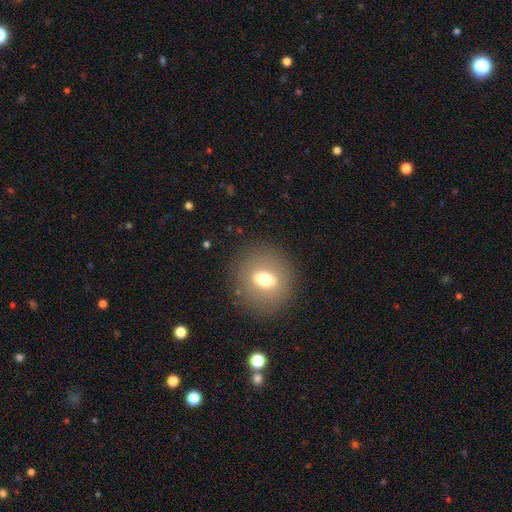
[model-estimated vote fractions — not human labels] smooth_or_featured: smooth (p=0.56) [alt: star or artifact p=0.24]
how_rounded: round (p=0.89) [alt: in between p=0.09]
merging: none (p=0.89) [alt: minor disturbance p=0.07]